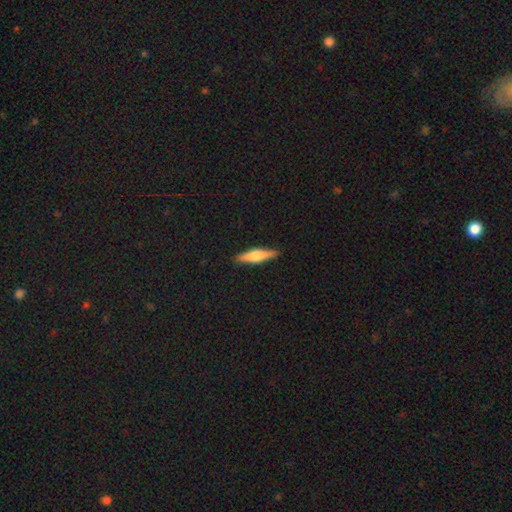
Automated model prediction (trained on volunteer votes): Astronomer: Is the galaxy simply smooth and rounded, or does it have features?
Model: smooth — 47%, tied with featured or disk at 47%.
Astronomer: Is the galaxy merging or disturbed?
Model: none — 90%.